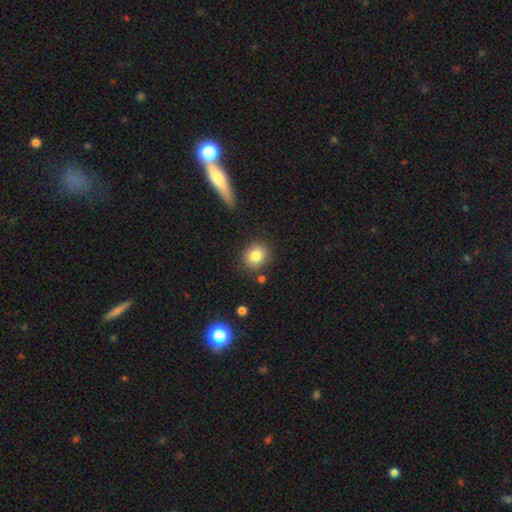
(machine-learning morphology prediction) The model was most divided on "how rounded": round: 77%, in between: 22%, cigar-shaped: 1%. More confident: merging — none (84%); smooth or featured — smooth (83%).